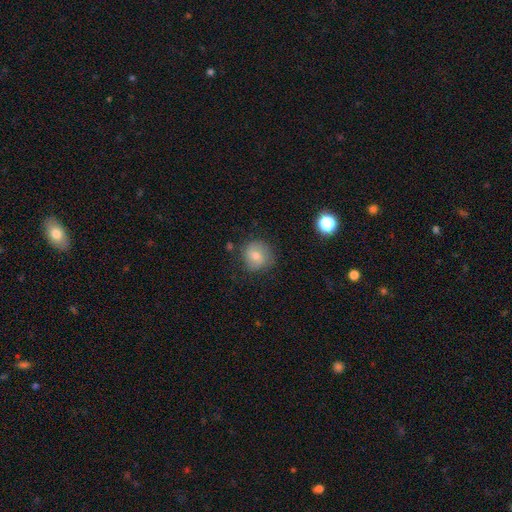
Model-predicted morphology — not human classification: The model was most divided on "smooth or featured": smooth: 71%, featured or disk: 20%, star or artifact: 10%. More confident: how rounded — round (86%); merging — none (75%).